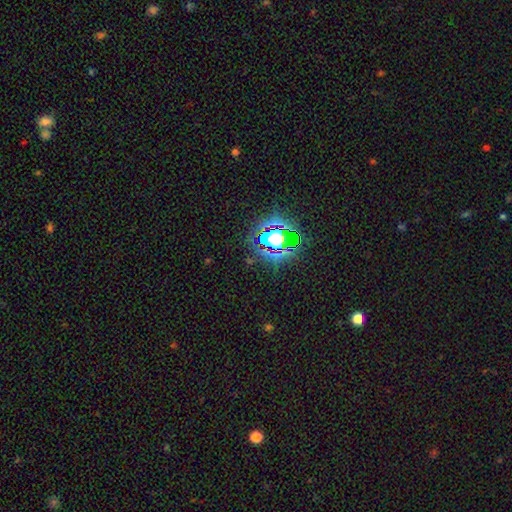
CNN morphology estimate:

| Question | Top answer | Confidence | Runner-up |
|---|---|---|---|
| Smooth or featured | star or artifact | 78% | smooth (13%) |